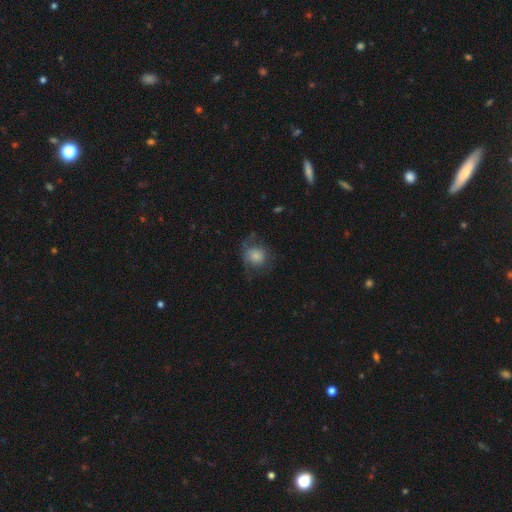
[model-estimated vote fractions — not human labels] The model was most divided on "merging": none: 50%, minor disturbance: 25%, major disturbance: 23%, merger: 1%. More confident: how rounded — round (78%); smooth or featured — smooth (64%).